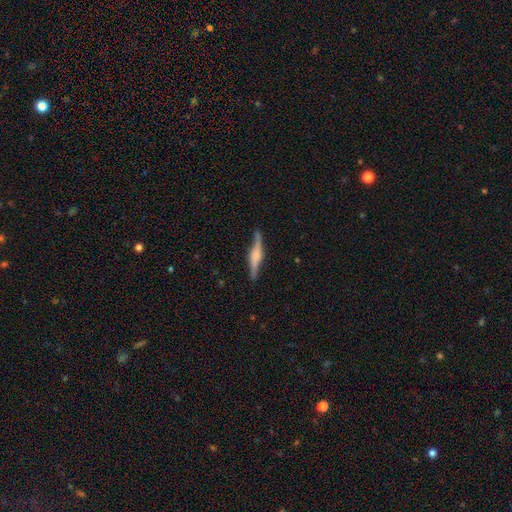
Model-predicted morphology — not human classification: Q: Smooth or featured?
A: featured or disk (73%); runner-up: smooth (21%)
Q: Edge-on disk?
A: yes (94%); runner-up: no (6%)
Q: Edge-on bulge?
A: rounded (57%); runner-up: boxy (35%)
Q: Merging?
A: none (82%); runner-up: minor disturbance (13%)